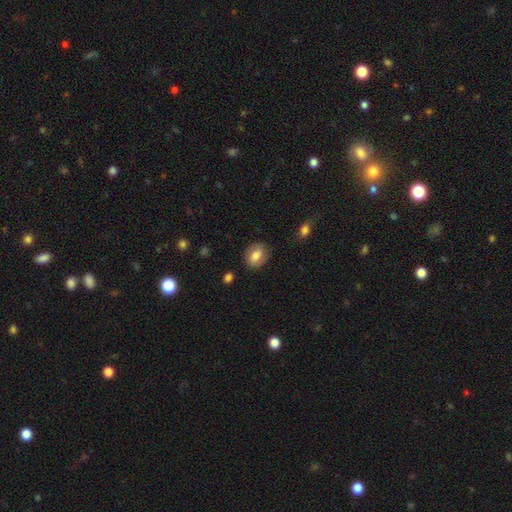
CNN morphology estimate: smooth-or-featured: smooth: 68% | featured or disk: 24% | star or artifact: 8%
  how-rounded: in between: 61% | round: 37% | cigar-shaped: 2%
  merging: none: 80% | minor disturbance: 14% | major disturbance: 4% | merger: 1%